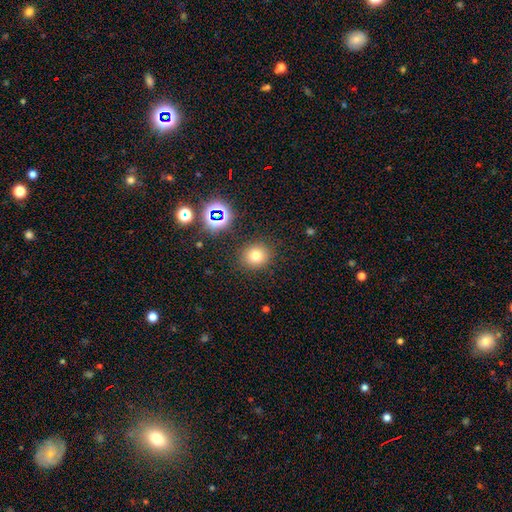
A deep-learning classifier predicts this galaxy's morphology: A smooth galaxy with no disk features (74%) that is round (82%).

Vote fractions:
- Smooth or featured? smooth: 74% / star or artifact: 18% / featured or disk: 8%
- How rounded? round: 82% / in between: 17% / cigar-shaped: 1%
- Merging? none: 86% / minor disturbance: 8% / major disturbance: 3% / merger: 2%